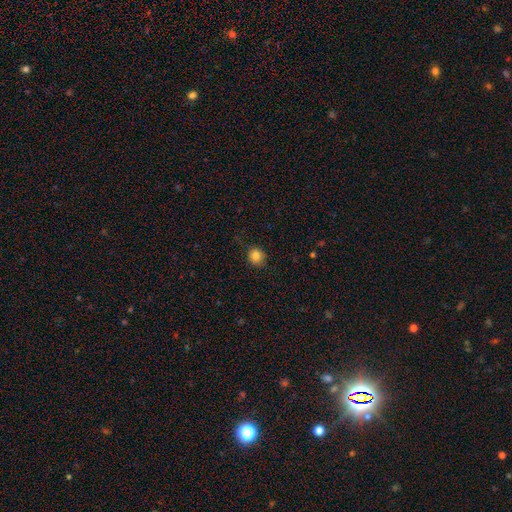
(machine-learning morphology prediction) The model was most divided on "how rounded": round: 84%, in between: 15%, cigar-shaped: 1%. More confident: smooth or featured — smooth (84%); merging — none (84%).